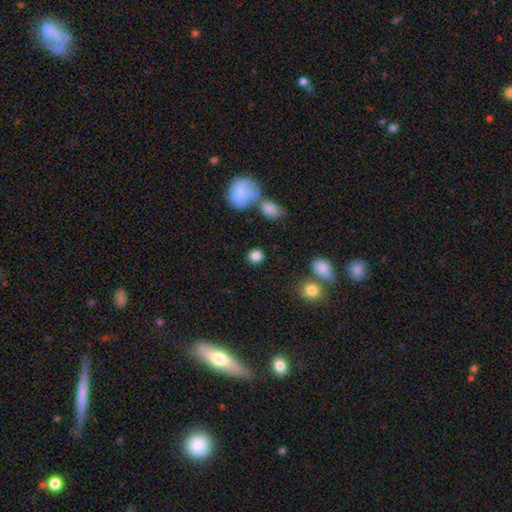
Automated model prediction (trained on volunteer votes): smooth 85%, star or artifact 10%, featured or disk 6%. Down the decision tree: how rounded — round (79%); merging — none (82%).